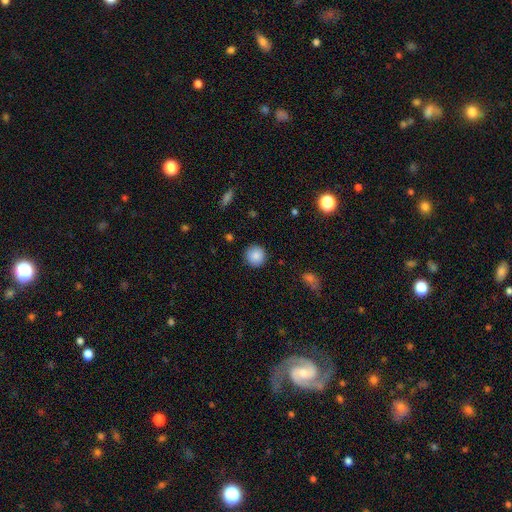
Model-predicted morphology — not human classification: The model was most divided on "smooth or featured": smooth: 88%, star or artifact: 8%, featured or disk: 4%. More confident: how rounded — round (94%); merging — none (91%).